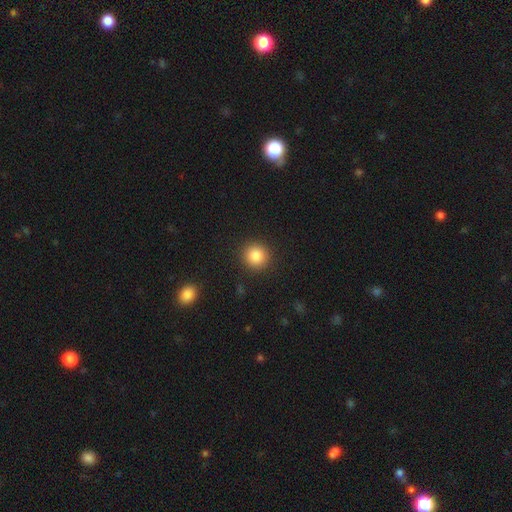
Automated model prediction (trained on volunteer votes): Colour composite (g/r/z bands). It shows a smooth galaxy with no disk features (86%) that is round (93%). Merging: none (91%).